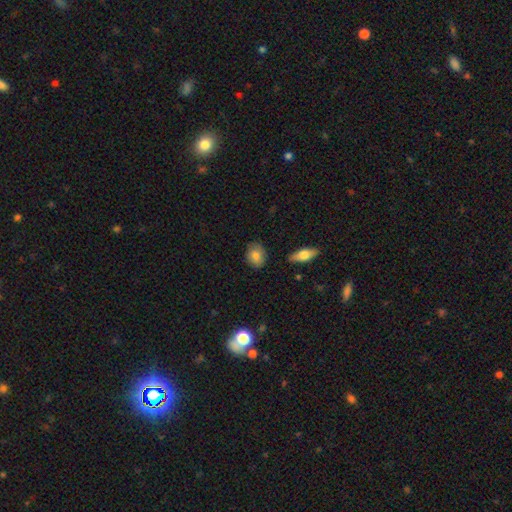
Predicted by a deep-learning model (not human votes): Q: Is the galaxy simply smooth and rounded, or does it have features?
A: smooth — 80%.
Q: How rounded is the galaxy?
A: in between — 51%.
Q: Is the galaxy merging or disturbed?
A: none — 81%.